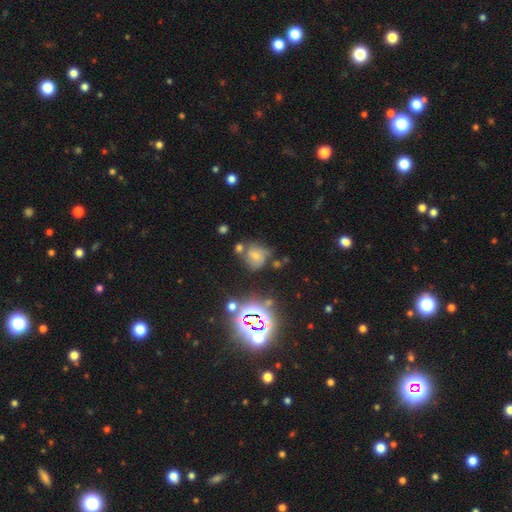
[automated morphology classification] Smooth or featured?
  - star or artifact: 45% *
  - smooth: 30%
  - featured or disk: 26%